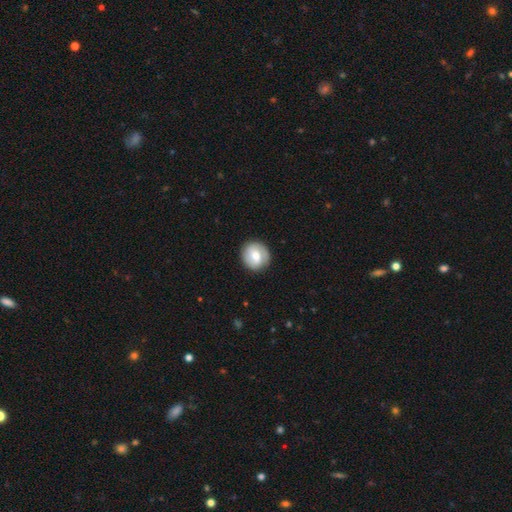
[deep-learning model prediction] Overall: smooth (54%; featured or disk 40%). How rounded: round (86%). Merging: none (86%).